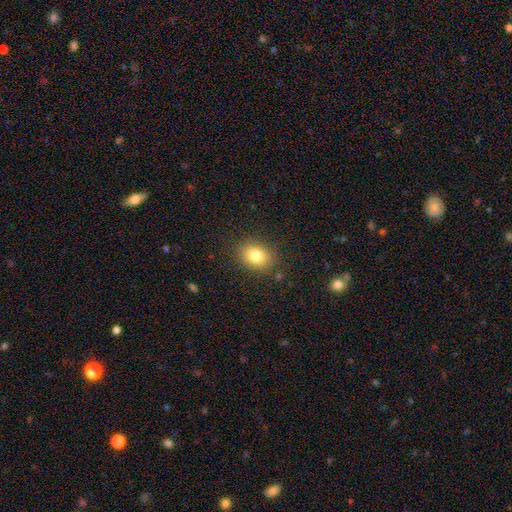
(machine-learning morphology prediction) The model was most divided on "how rounded": in between: 57%, round: 42%, cigar-shaped: 1%. More confident: merging — none (86%); smooth or featured — smooth (81%).